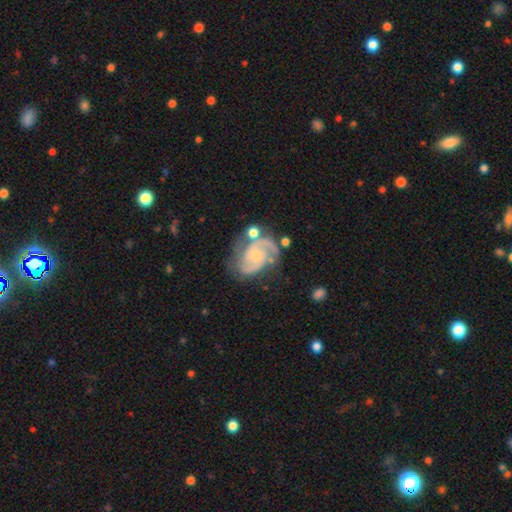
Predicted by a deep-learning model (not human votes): Overall: featured or disk (90%). Edge-on disk: no (98%). Bar: no (65%; weak 29%). Spiral arms: yes (98%). Spiral arm count: 2 (82%). Spiral winding: medium (46%; tight 45%). Bulge size: small (67%). Merging: none (59%; minor disturbance 21%).